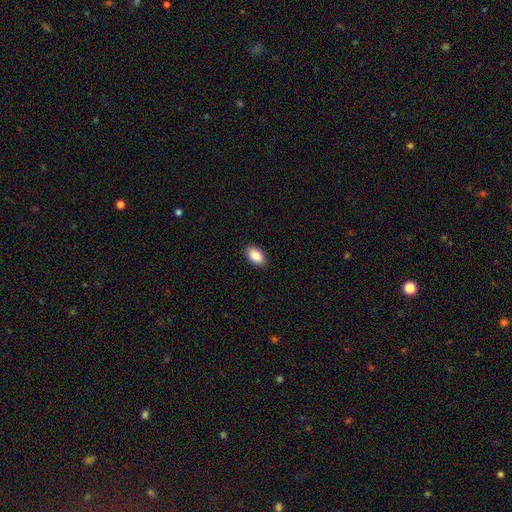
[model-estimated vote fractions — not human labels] smooth 89%, star or artifact 7%, featured or disk 4%. Down the decision tree: how rounded — in between (94%); merging — none (89%).